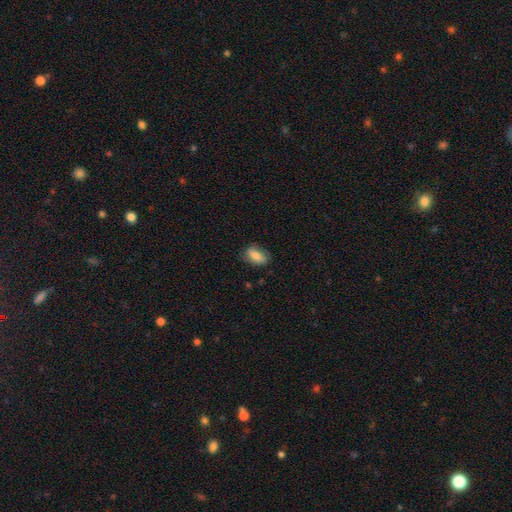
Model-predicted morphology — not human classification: smooth-or-featured: smooth: 76% | featured or disk: 16% | star or artifact: 7%
  how-rounded: in between: 86% | round: 8% | cigar-shaped: 6%
  merging: none: 75% | minor disturbance: 19% | major disturbance: 5% | merger: 1%